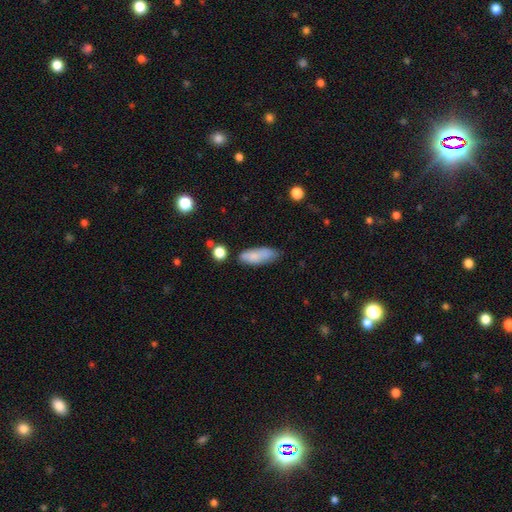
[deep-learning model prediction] Smooth or featured? Predicted: smooth (p=0.79). How rounded? Predicted: in between (p=0.61). Merging? Predicted: none (p=0.65).